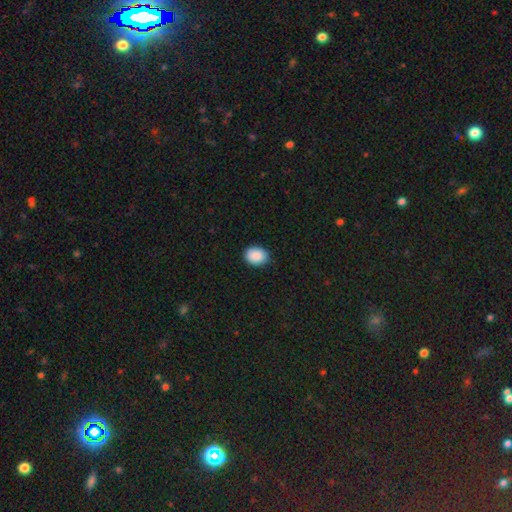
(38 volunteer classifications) This is clearly a smooth galaxy (95%). How rounded: possibly round (50%, tied with in between). Merging: clearly none (83%).